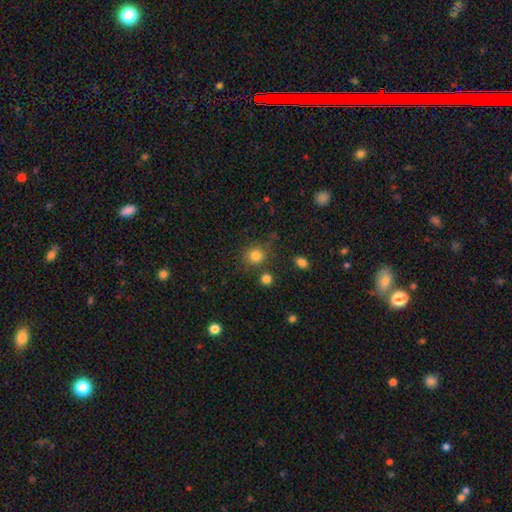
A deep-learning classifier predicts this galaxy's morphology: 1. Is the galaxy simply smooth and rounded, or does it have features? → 82% smooth, 12% star or artifact, 6% featured or disk.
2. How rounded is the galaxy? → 84% round, 15% in between, 1% cigar-shaped.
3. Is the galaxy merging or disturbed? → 77% none, 11% minor disturbance, 8% merger, 4% major disturbance.